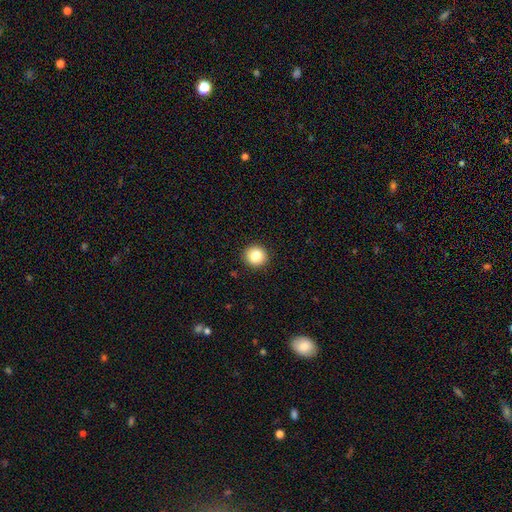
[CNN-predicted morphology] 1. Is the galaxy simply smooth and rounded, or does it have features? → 83% smooth, 10% star or artifact, 7% featured or disk.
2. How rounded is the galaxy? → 92% round, 7% in between, 1% cigar-shaped.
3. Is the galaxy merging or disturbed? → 92% none, 5% minor disturbance, 2% major disturbance, 1% merger.